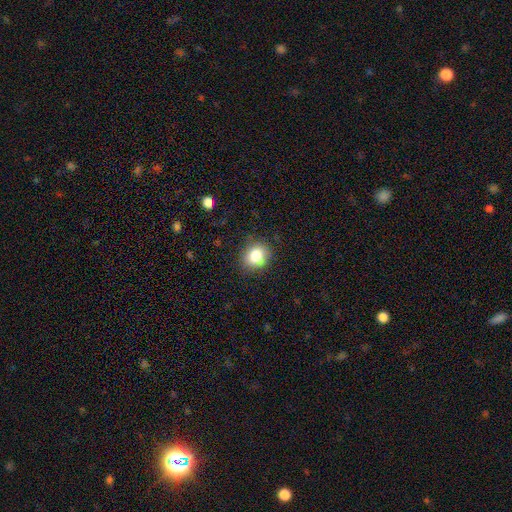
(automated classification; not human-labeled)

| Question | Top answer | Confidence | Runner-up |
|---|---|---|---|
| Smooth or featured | smooth | 82% | star or artifact (10%) |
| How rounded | round | 71% | in between (28%) |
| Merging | none | 83% | minor disturbance (13%) |